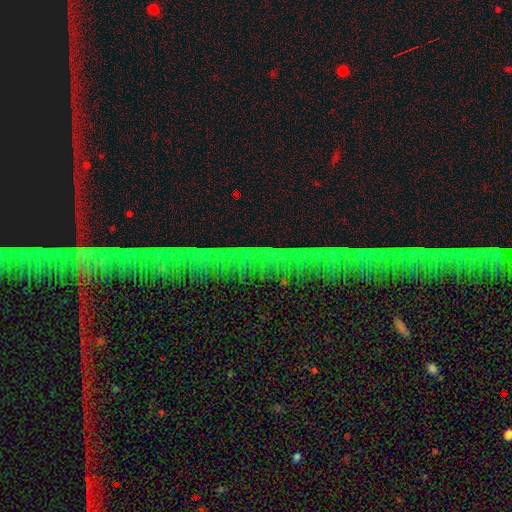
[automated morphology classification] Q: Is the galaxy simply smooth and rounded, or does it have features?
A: star or artifact — 86%.